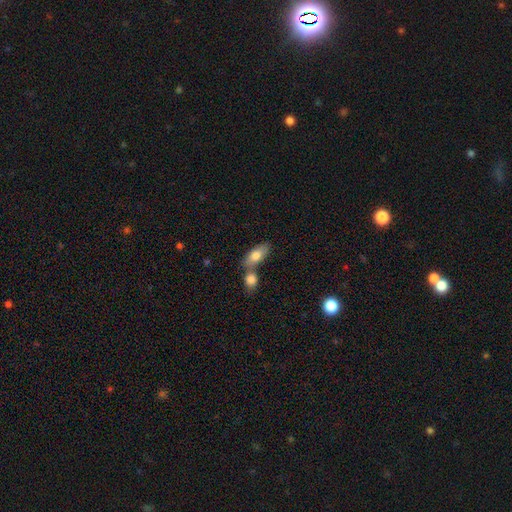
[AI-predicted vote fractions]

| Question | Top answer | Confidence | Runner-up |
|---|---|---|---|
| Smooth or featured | smooth | 78% | featured or disk (16%) |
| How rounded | in between | 85% | cigar-shaped (11%) |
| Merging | merger | 46% | none (41%) |